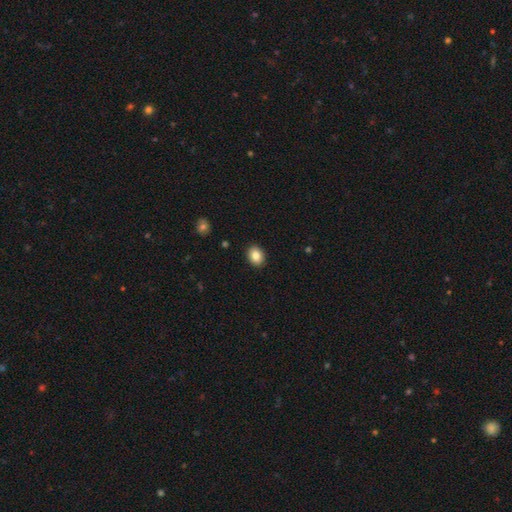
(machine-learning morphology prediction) Smooth or featured? smooth (84%)
How rounded? in between (53%)
Merging? none (91%)